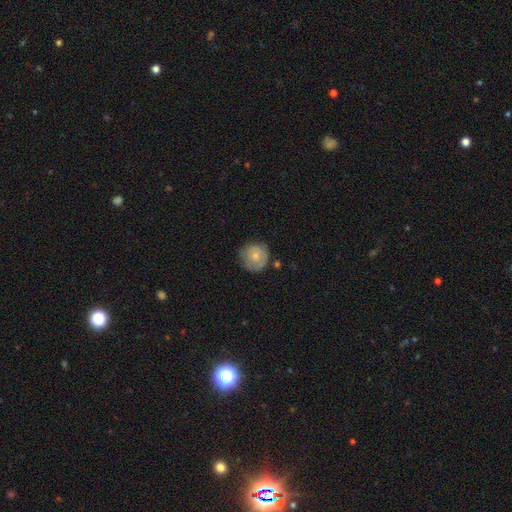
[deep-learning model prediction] Overall: smooth (70%). How rounded: round (91%). Merging: none (69%).